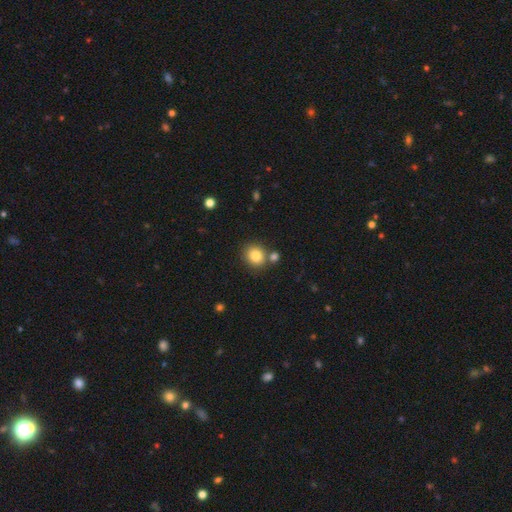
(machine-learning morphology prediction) A smooth galaxy with no disk features (83%) that is round (79%).

Vote fractions:
- Smooth or featured? smooth: 83% / star or artifact: 10% / featured or disk: 7%
- How rounded? round: 79% / in between: 20% / cigar-shaped: 1%
- Merging? none: 73% / merger: 16% / minor disturbance: 9% / major disturbance: 3%